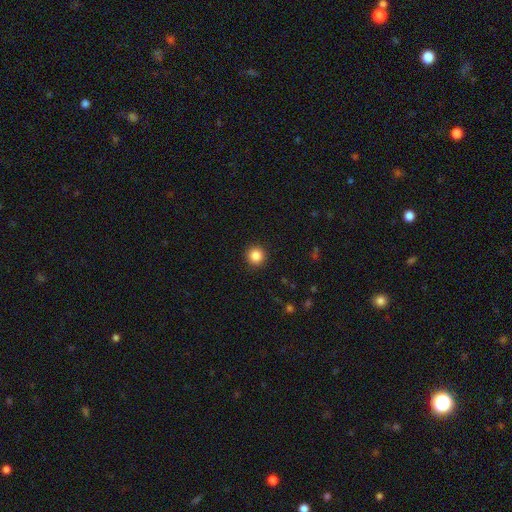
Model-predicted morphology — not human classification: type=smooth (86%); roundness=round (95%); merging=none (93%).